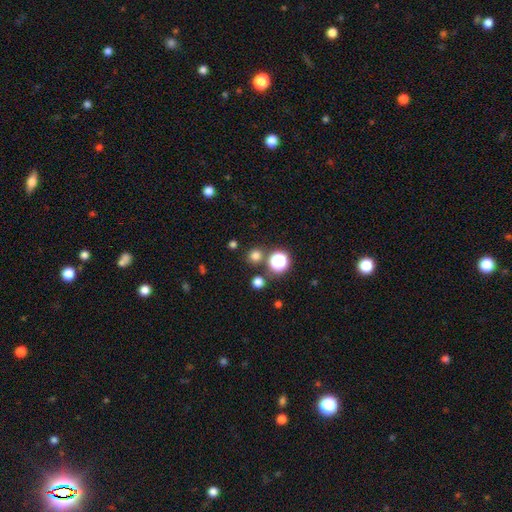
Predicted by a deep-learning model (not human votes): Smooth or featured?
  - smooth: 72% *
  - star or artifact: 22%
  - featured or disk: 5%
How rounded?
  - round: 92% *
  - in between: 7%
  - cigar-shaped: 1%
Merging?
  - none: 82% *
  - merger: 8%
  - minor disturbance: 7%
  - major disturbance: 3%